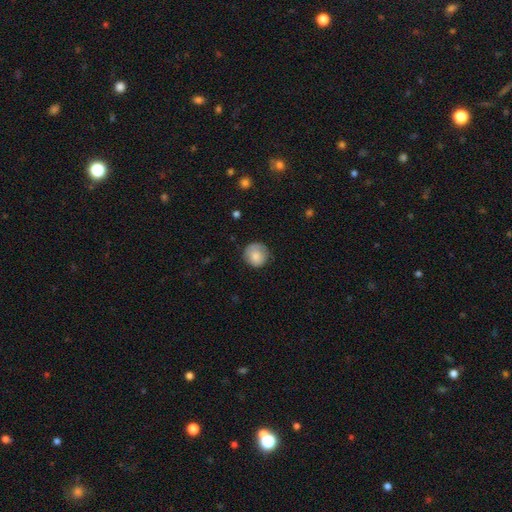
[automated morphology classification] type=smooth (80%); roundness=round (92%); merging=none (74%).